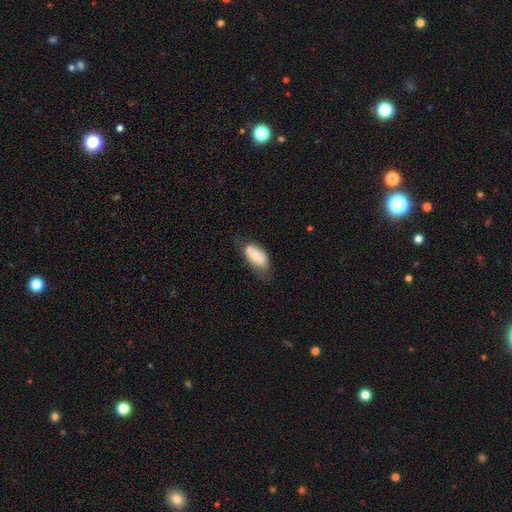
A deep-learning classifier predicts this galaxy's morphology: Q: Smooth or featured?
A: smooth (65%); runner-up: featured or disk (28%)
Q: How rounded?
A: in between (90%); runner-up: cigar-shaped (7%)
Q: Merging?
A: none (57%); runner-up: minor disturbance (31%)